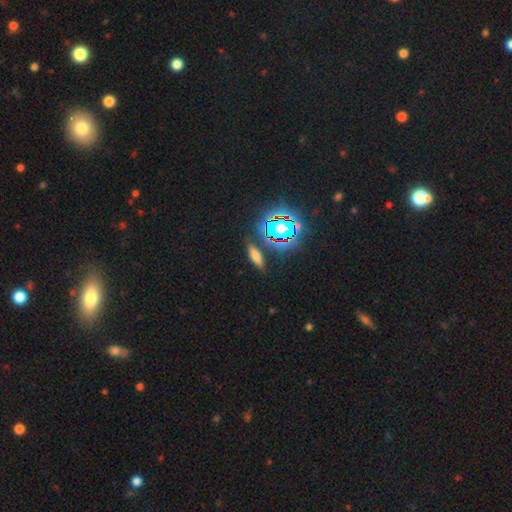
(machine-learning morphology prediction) This appears to be a smooth galaxy with no disk features (54%) that is cigar-shaped (50%). Merging: none (81%).